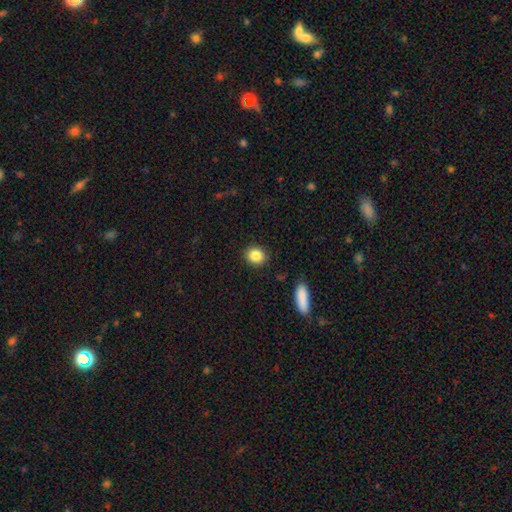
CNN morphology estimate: Smooth or featured? smooth (86%)
How rounded? round (68%)
Merging? none (90%)